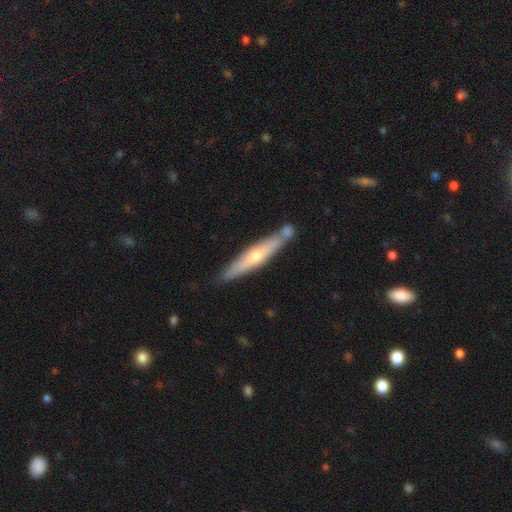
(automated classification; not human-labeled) Smooth or featured?
  - featured or disk: 58% *
  - smooth: 35%
  - star or artifact: 6%
Edge-on disk?
  - yes: 87% *
  - no: 13%
Edge-on bulge?
  - rounded: 80% *
  - none: 16%
  - boxy: 4%
Merging?
  - none: 80% *
  - minor disturbance: 12%
  - merger: 6%
  - major disturbance: 2%